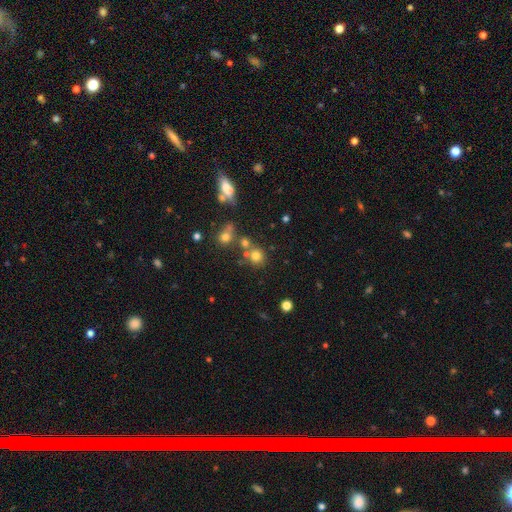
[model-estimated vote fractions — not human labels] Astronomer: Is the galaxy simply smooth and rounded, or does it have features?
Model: smooth — 73%.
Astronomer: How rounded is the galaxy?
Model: round — 84%.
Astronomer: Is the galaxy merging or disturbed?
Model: none — 60%.